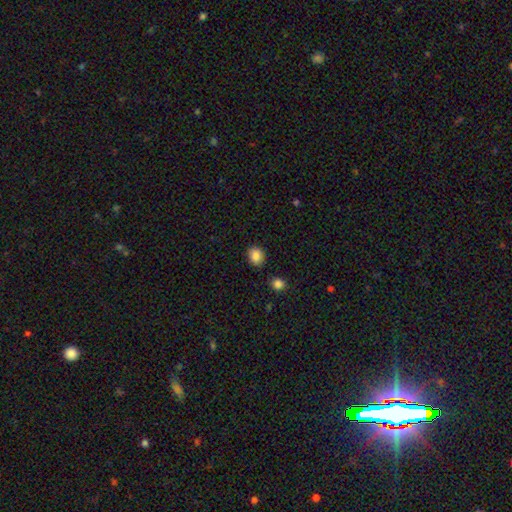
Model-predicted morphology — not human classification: Smooth or featured? smooth (86%)
How rounded? round (56%)
Merging? none (83%)